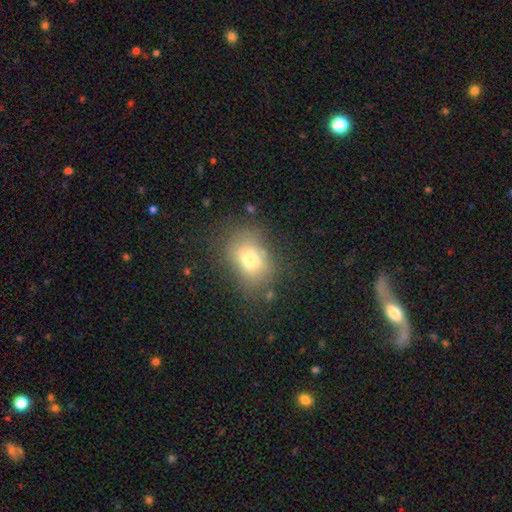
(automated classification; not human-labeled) smooth_or_featured: smooth (p=0.69) [alt: featured or disk p=0.19]
how_rounded: in between (p=0.69) [alt: round p=0.29]
merging: none (p=0.67) [alt: minor disturbance p=0.20]